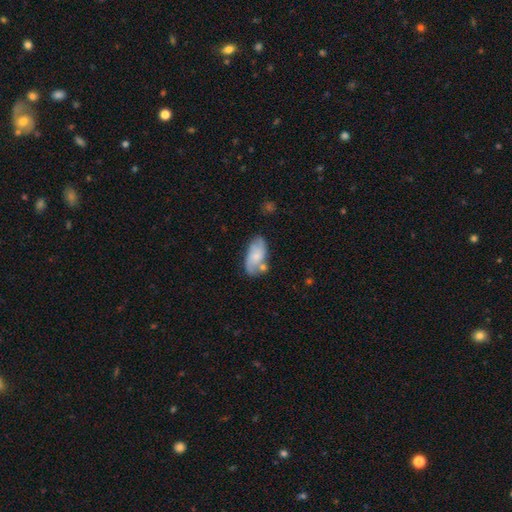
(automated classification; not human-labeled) This is possibly a smooth galaxy (54%). How rounded: clearly in between (91%). Merging: possibly none (55%).